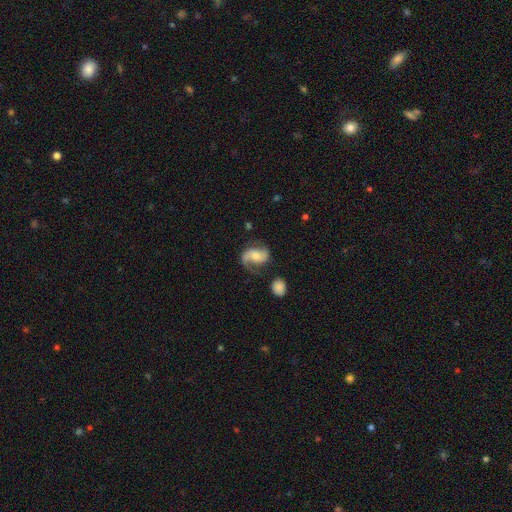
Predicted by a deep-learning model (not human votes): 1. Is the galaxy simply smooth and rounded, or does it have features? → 81% featured or disk, 12% smooth, 6% star or artifact.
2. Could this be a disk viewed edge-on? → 98% no, 2% yes.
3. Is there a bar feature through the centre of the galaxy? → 56% no, 34% weak, 9% strong.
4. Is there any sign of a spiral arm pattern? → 96% yes, 4% no.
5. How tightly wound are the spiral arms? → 44% medium, 43% loose, 13% tight.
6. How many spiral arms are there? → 82% 2, 12% 1, 3% can't tell, 1% 3, 1% 4, 1% more than 4.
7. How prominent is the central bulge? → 47% moderate, 33% small, 10% large, 9% none, 2% dominant.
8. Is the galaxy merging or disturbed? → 63% none, 20% minor disturbance, 13% major disturbance, 4% merger.